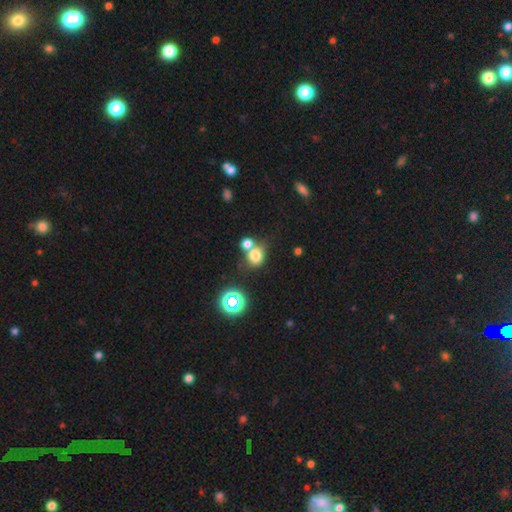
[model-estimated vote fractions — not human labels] Smooth or featured? Predicted: smooth (p=0.73). How rounded? Predicted: round (p=0.66). Merging? Predicted: none (p=0.46).